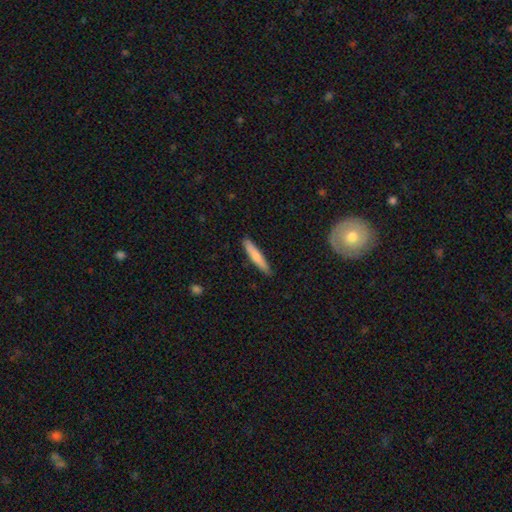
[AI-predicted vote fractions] Smooth or featured?
  - smooth: 74% *
  - featured or disk: 20%
  - star or artifact: 6%
How rounded?
  - cigar-shaped: 92% *
  - in between: 7%
  - round: 1%
Merging?
  - none: 88% *
  - minor disturbance: 9%
  - major disturbance: 2%
  - merger: 1%